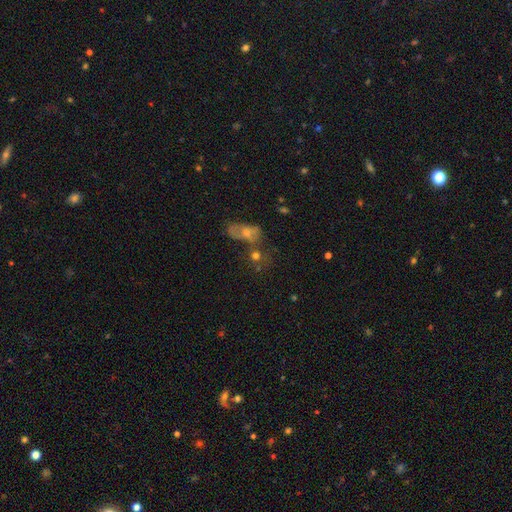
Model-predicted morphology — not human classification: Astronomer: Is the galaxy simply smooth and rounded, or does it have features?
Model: smooth — 51%.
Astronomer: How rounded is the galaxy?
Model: round — 59% (runner-up: in between, 37%).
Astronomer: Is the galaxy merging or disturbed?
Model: none — 37% (runner-up: merger, 36%).